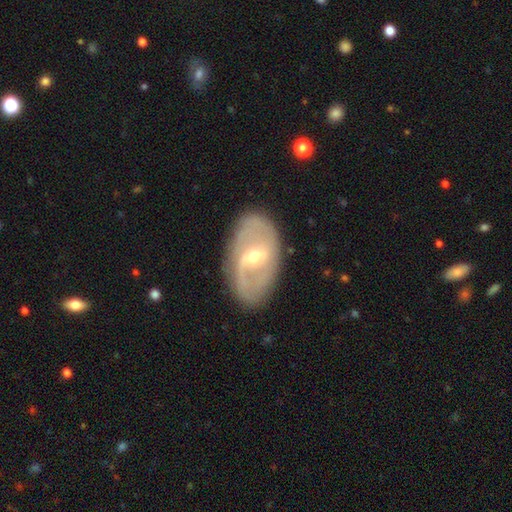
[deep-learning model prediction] Smooth or featured?
  - featured or disk: 77% *
  - smooth: 16%
  - star or artifact: 7%
Edge-on disk?
  - no: 94% *
  - yes: 6%
Bar?
  - weak: 51% *
  - strong: 28%
  - no: 21%
Spiral arms?
  - yes: 79% *
  - no: 21%
Spiral winding?
  - medium: 40% *
  - loose: 32%
  - tight: 28%
Spiral arm count?
  - 2: 71% *
  - can't tell: 18%
  - 3: 4%
  - 1: 3%
  - 4: 2%
  - more than 4: 2%
Bulge size?
  - small: 50% *
  - moderate: 46%
  - large: 2%
  - none: 1%
  - dominant: 1%
Merging?
  - none: 80% *
  - minor disturbance: 14%
  - major disturbance: 4%
  - merger: 1%